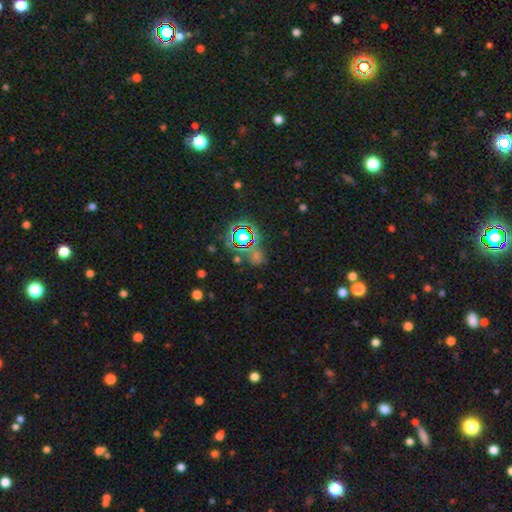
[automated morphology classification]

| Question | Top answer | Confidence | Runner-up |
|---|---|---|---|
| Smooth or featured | star or artifact | 65% | smooth (26%) |